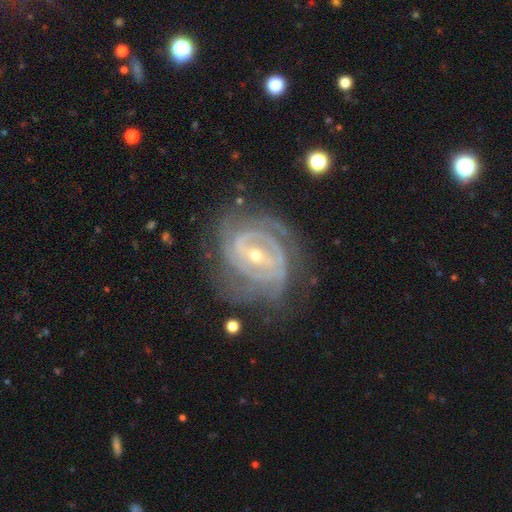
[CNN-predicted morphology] This appears to be a featured or disk galaxy (89%) with a weak bar (42%), 2 (31%) tight (67%) spiral arms (94%) and a small central bulge (60%). Merging: none (64%).